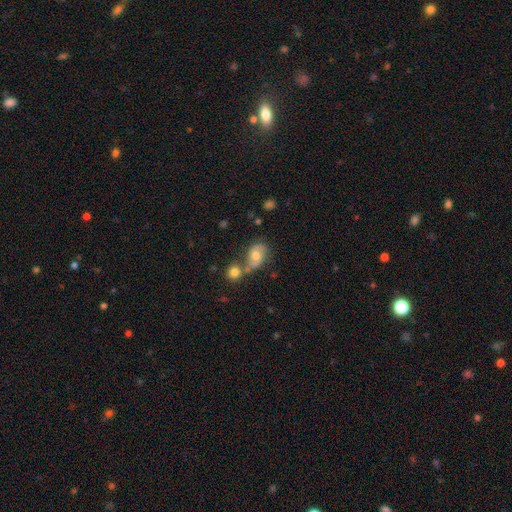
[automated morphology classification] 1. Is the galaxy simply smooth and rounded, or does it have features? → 50% featured or disk, 40% smooth, 11% star or artifact.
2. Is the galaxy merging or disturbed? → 41% none, 35% merger, 16% minor disturbance, 8% major disturbance.